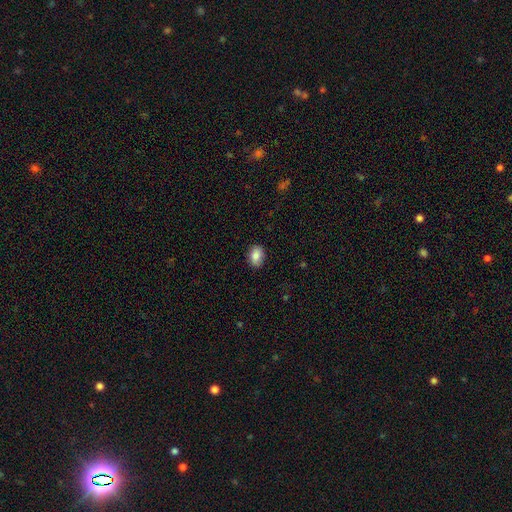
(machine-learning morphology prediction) The model was most divided on "how rounded": in between: 78%, round: 21%, cigar-shaped: 1%. More confident: merging — none (87%); smooth or featured — smooth (85%).